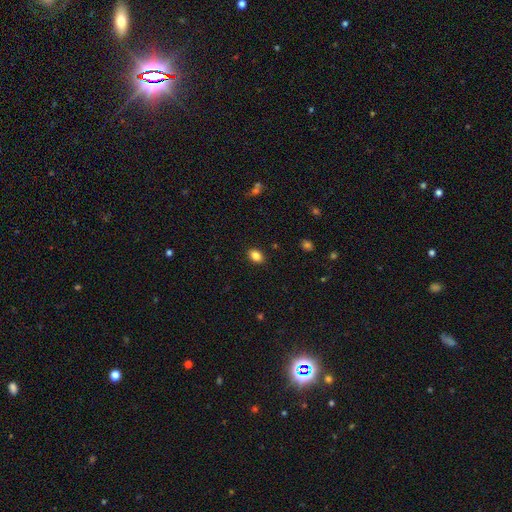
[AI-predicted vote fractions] Smooth or featured: smooth — 86% (star or artifact — 9%)
How rounded: in between — 80% (round — 19%)
Merging: none — 88% (minor disturbance — 8%)